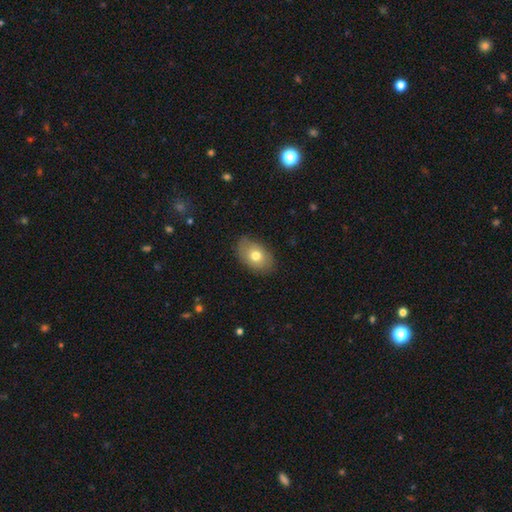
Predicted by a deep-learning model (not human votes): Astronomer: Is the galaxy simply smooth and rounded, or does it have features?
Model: smooth — 73%.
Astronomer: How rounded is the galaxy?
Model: in between — 85%.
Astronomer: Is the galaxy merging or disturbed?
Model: none — 79%.